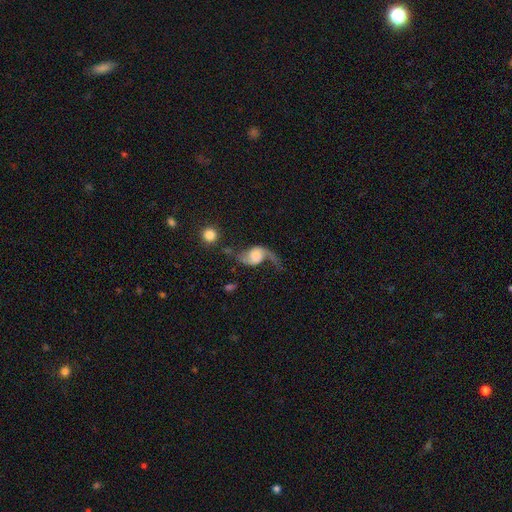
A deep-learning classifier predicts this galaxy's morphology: smooth-or-featured: featured or disk: 83% | smooth: 11% | star or artifact: 6%
  disk-edge-on: no: 97% | yes: 3%
    bar: no: 64% | weak: 28% | strong: 7%
    has-spiral-arms: yes: 96% | no: 4%
      spiral-winding: loose: 84% | medium: 13% | tight: 3%
      spiral-arm-count: 2: 91% | 1: 5% | can't tell: 2% | 3: 1% | 4: 1% | more than 4: 1%
    bulge-size: moderate: 29% | large: 26% | small: 23% | none: 14% | dominant: 8%
  merging: none: 52% | major disturbance: 22% | minor disturbance: 19% | merger: 7%